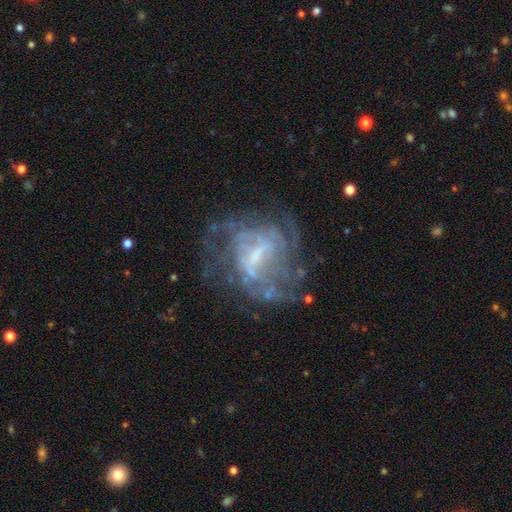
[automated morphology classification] Smooth or featured: featured or disk — 80% (smooth — 10%)
Edge-on disk: no — 97% (yes — 3%)
Bar: weak — 53% (strong — 25%)
Spiral arms: yes — 77% (no — 23%)
Spiral winding: tight — 43% (medium — 38%)
Spiral arm count: can't tell — 51% (2 — 13%)
Bulge size: small — 41% (none — 27%)
Merging: none — 57% (major disturbance — 22%)